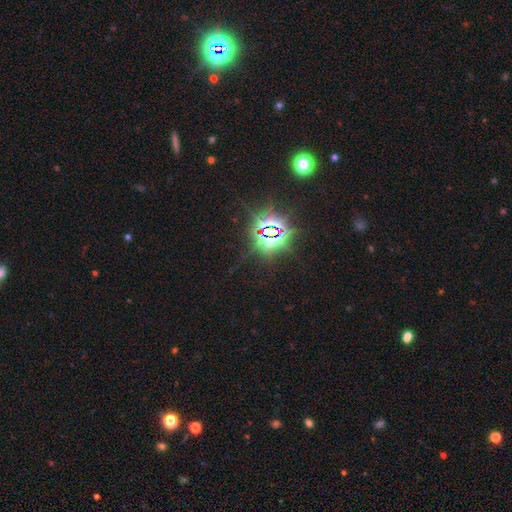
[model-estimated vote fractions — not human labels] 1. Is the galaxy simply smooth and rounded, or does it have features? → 82% star or artifact, 12% smooth, 6% featured or disk.